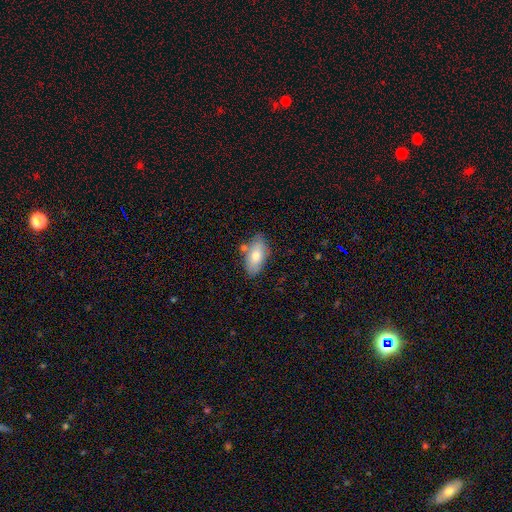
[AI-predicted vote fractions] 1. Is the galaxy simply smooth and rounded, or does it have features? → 71% smooth, 23% featured or disk, 7% star or artifact.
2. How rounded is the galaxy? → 91% in between, 5% cigar-shaped, 4% round.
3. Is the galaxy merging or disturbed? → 70% none, 19% minor disturbance, 8% merger, 4% major disturbance.